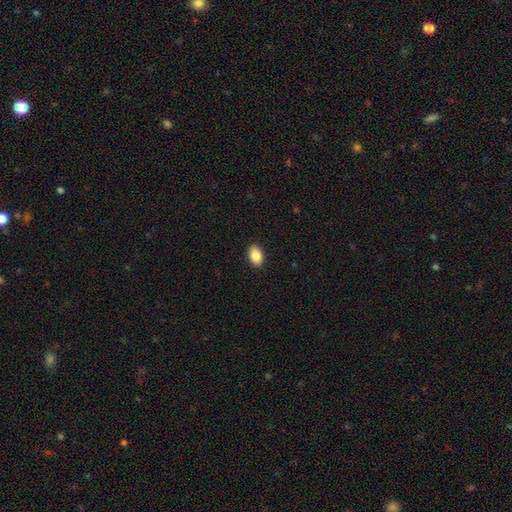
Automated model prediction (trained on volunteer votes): Q: Smooth or featured?
A: smooth (88%); runner-up: star or artifact (7%)
Q: How rounded?
A: in between (89%); runner-up: round (10%)
Q: Merging?
A: none (91%); runner-up: minor disturbance (7%)